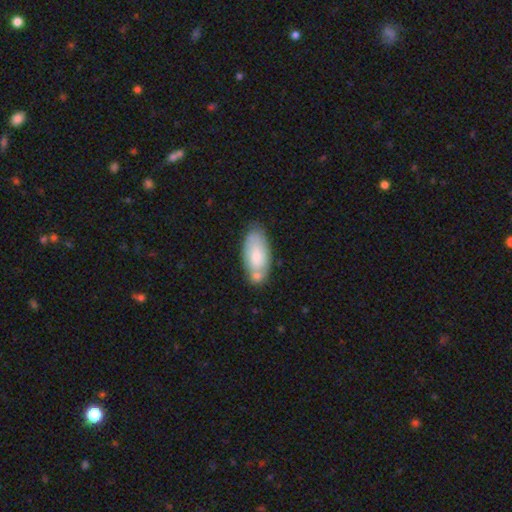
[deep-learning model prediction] The model was most divided on "merging": none: 57%, minor disturbance: 20%, merger: 18%, major disturbance: 5%. More confident: how rounded — in between (91%); smooth or featured — smooth (72%).